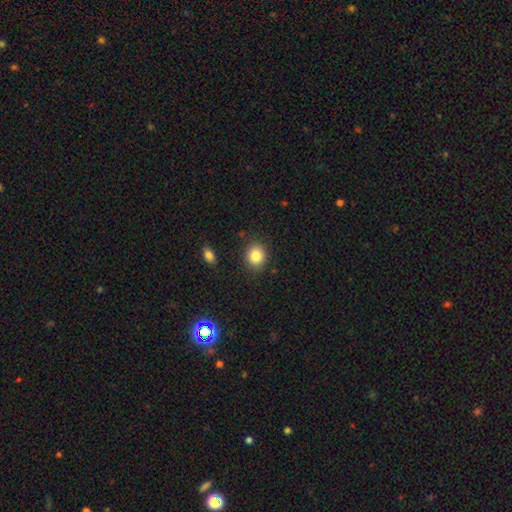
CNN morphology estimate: This is clearly a smooth galaxy (84%). How rounded: likely round (73%). Merging: clearly none (87%).